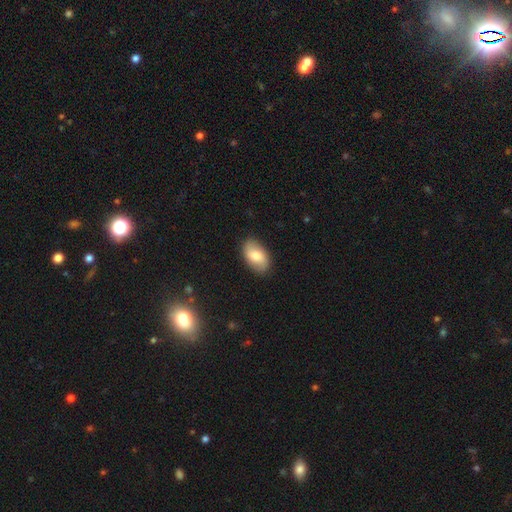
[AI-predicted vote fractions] Smooth or featured? smooth (73%)
How rounded? in between (93%)
Merging? none (85%)